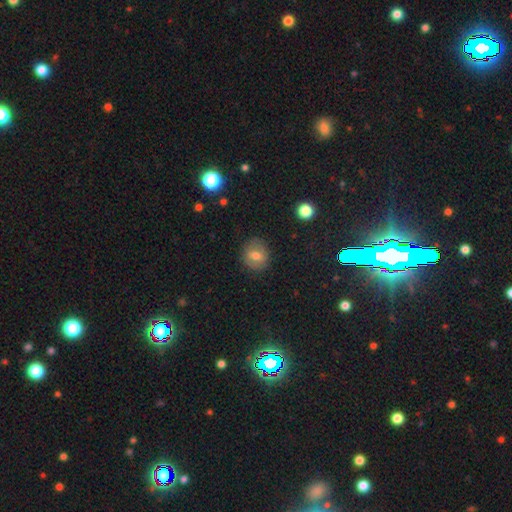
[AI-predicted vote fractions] Smooth or featured?
  - smooth: 62% *
  - featured or disk: 27%
  - star or artifact: 11%
How rounded?
  - round: 72% *
  - in between: 27%
  - cigar-shaped: 1%
Merging?
  - none: 84% *
  - minor disturbance: 11%
  - major disturbance: 3%
  - merger: 1%